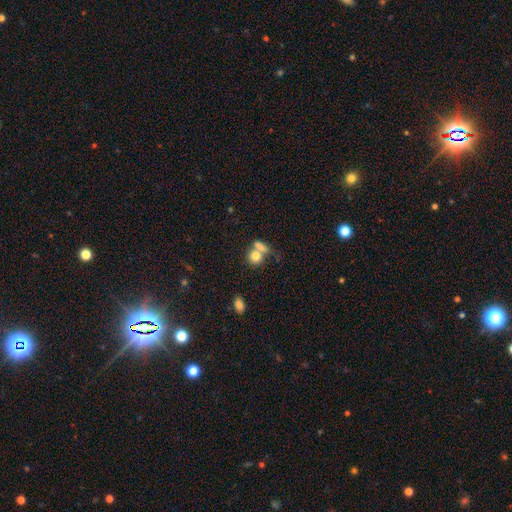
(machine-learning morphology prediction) smooth 78%, featured or disk 12%, star or artifact 9%. Down the decision tree: how rounded — round (69%); merging — merger (46%).